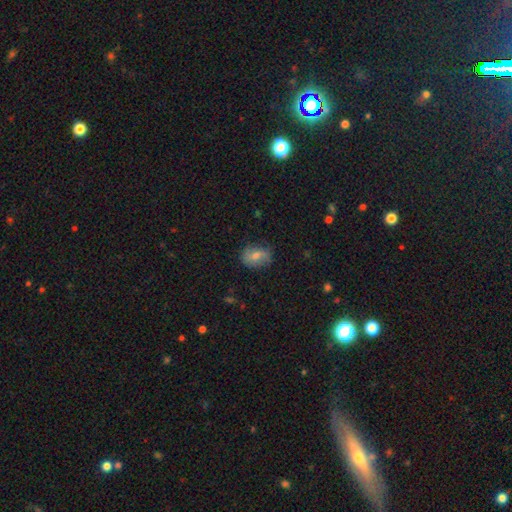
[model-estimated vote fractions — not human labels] Morphology: type=smooth (55%); roundness=in between (68%); merging=none (75%).